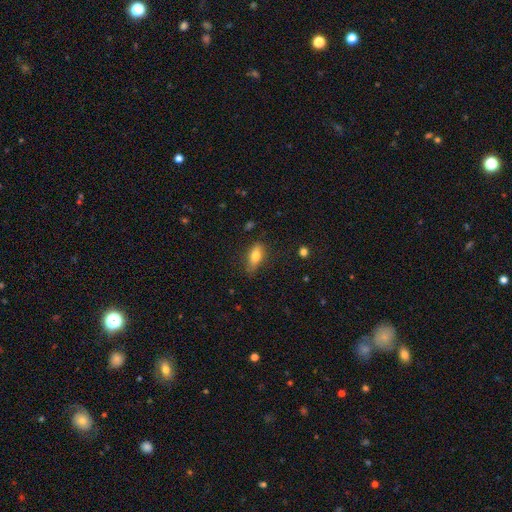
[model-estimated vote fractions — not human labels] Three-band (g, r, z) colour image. It shows a smooth galaxy with no disk features (69%) that is in between round and cigar-shaped (70%). Merging: none (74%).